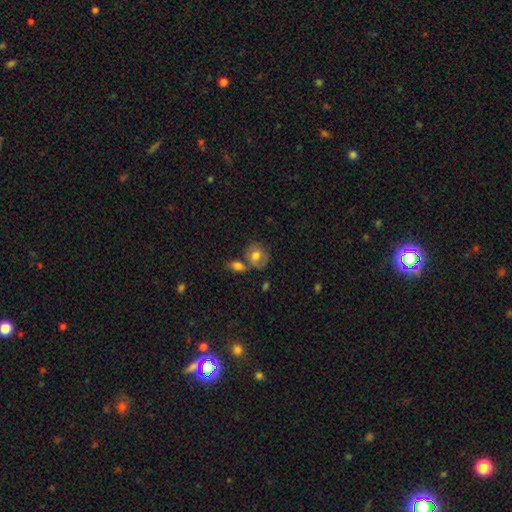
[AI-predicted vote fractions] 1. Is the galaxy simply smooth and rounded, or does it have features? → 72% smooth, 20% featured or disk, 8% star or artifact.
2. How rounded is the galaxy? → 66% round, 33% in between, 1% cigar-shaped.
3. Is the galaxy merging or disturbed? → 54% none, 26% merger, 15% minor disturbance, 5% major disturbance.